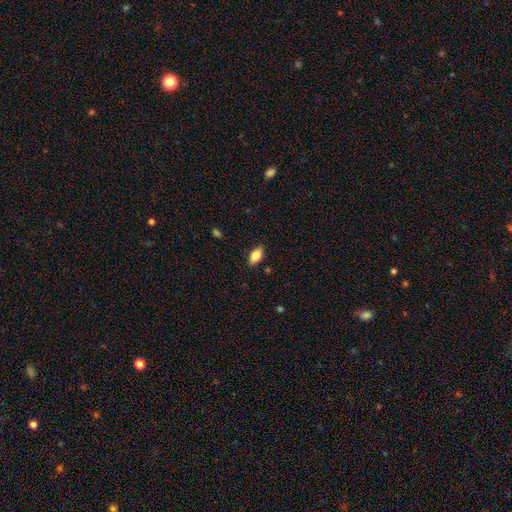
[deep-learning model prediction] smooth_or_featured: smooth (p=0.83) [alt: featured or disk p=0.10]
how_rounded: in between (p=0.89) [alt: cigar-shaped p=0.07]
merging: none (p=0.86) [alt: minor disturbance p=0.11]